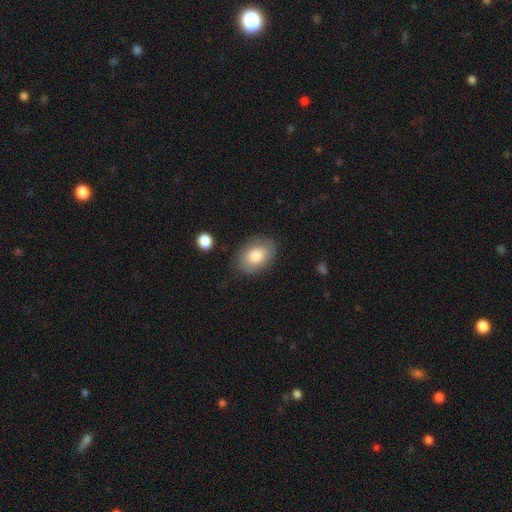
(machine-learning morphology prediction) A smooth galaxy with no disk features (79%) that is in between round and cigar-shaped (79%).

Vote fractions:
- Smooth or featured? smooth: 79% / featured or disk: 14% / star or artifact: 7%
- How rounded? in between: 79% / round: 20% / cigar-shaped: 1%
- Merging? none: 79% / minor disturbance: 15% / major disturbance: 5% / merger: 2%